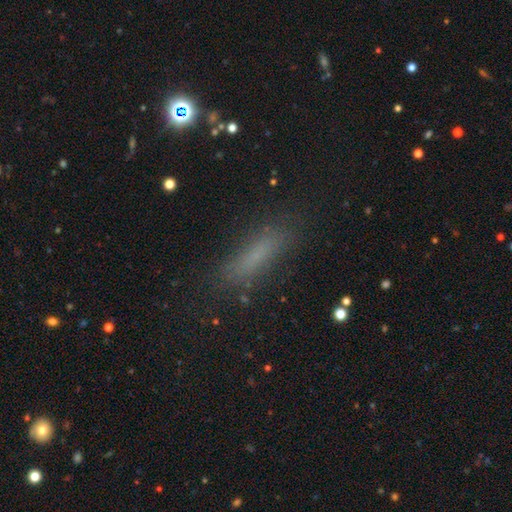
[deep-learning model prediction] Overall: smooth (67%). How rounded: cigar-shaped (71%). Merging: none (80%).